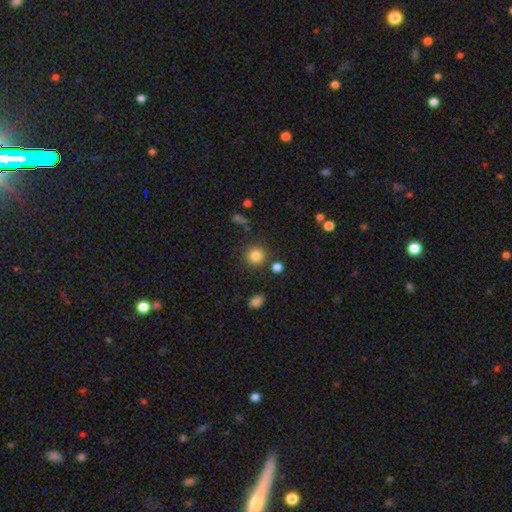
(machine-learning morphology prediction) Smooth or featured? smooth (83%)
How rounded? round (91%)
Merging? none (84%)